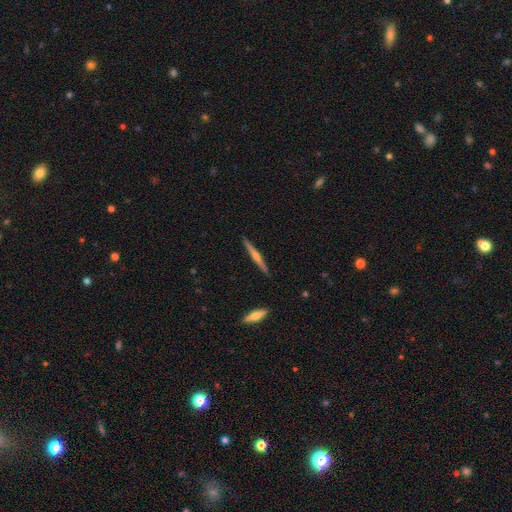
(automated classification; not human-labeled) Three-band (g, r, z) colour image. It shows a featured or disk galaxy (72%) viewed edge-on (98%) with a rounded central bulge (79%). Merging: none (91%).